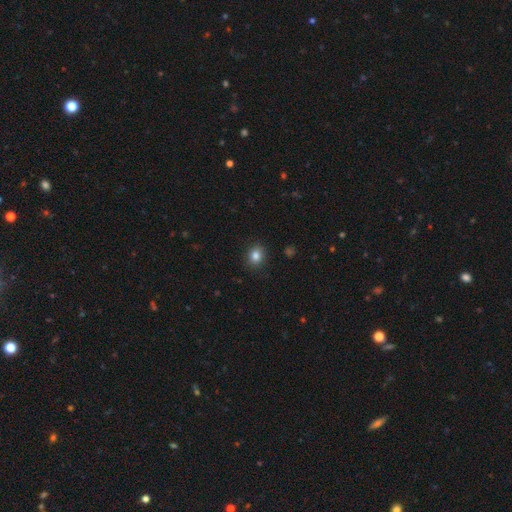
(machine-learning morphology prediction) smooth-or-featured: smooth: 83% | star or artifact: 11% | featured or disk: 6%
  how-rounded: round: 69% | in between: 30% | cigar-shaped: 1%
  merging: none: 89% | minor disturbance: 7% | major disturbance: 2% | merger: 1%